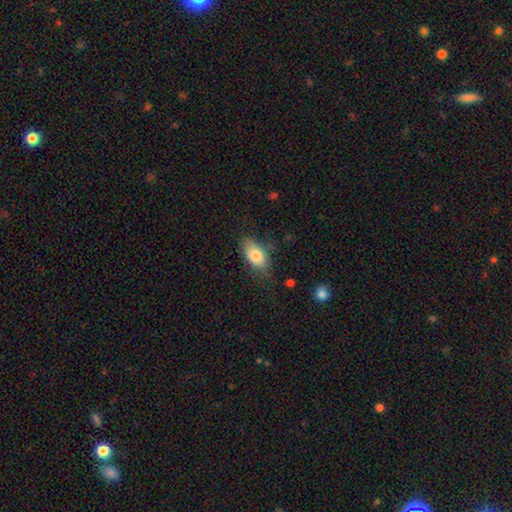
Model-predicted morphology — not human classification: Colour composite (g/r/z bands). It shows a smooth galaxy with no disk features (80%) that is in between round and cigar-shaped (91%). Merging: none (70%).